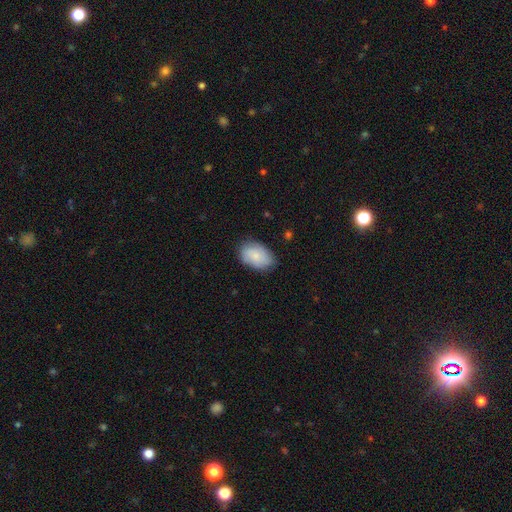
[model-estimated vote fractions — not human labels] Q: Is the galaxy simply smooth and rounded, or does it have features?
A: smooth — 78%.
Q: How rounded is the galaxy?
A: in between — 89%.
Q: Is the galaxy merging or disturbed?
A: none — 76%.